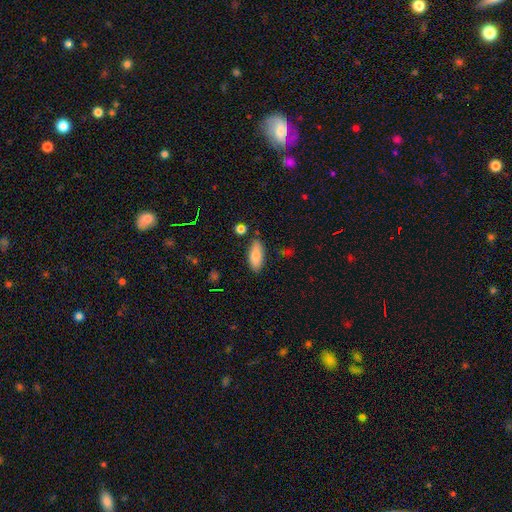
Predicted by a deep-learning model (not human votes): Smooth or featured: smooth — 81% (featured or disk — 12%)
How rounded: in between — 81% (cigar-shaped — 16%)
Merging: none — 82% (minor disturbance — 12%)